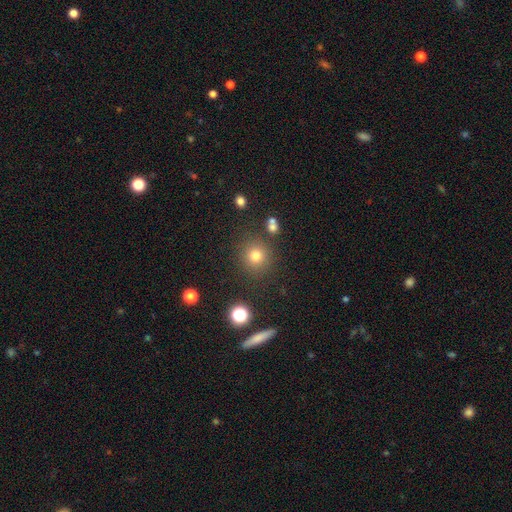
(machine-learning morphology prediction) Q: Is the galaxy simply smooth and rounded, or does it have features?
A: smooth — 77%.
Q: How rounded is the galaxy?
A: round — 92%.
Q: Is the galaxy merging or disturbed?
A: none — 84%.